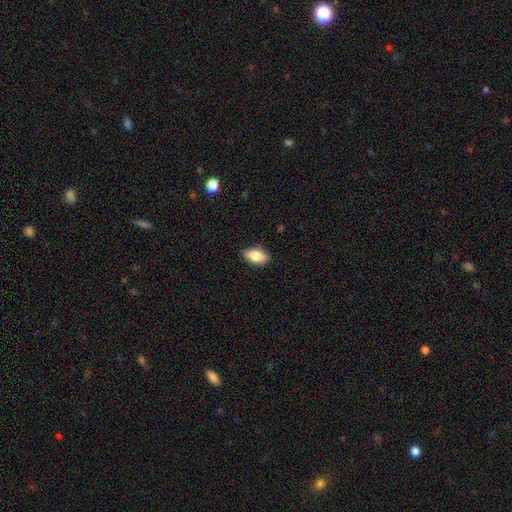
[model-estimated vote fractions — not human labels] Overall: smooth (83%). How rounded: in between (90%). Merging: none (86%).